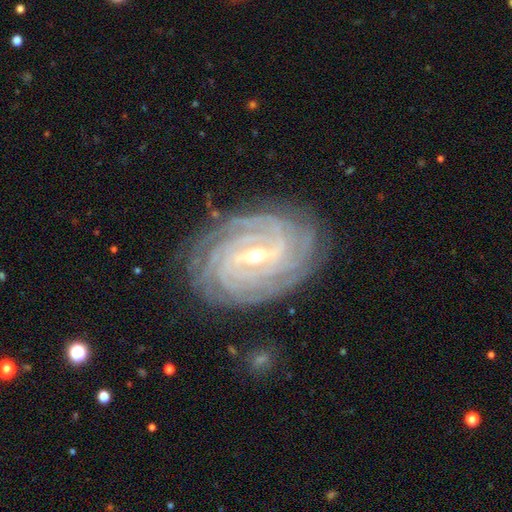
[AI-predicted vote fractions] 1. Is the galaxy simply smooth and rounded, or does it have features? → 92% featured or disk, 5% star or artifact, 3% smooth.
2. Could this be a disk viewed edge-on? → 97% no, 3% yes.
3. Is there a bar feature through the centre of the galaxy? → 47% strong, 42% weak, 12% no.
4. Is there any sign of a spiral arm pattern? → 99% yes, 1% no.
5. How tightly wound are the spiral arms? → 86% tight, 12% medium, 2% loose.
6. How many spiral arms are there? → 31% 4, 22% more than 4, 16% can't tell, 14% 3, 10% 2, 7% 1.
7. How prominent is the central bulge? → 53% small, 44% moderate, 1% large, 1% none, 1% dominant.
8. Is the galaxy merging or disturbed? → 85% none, 12% minor disturbance, 3% major disturbance, 1% merger.